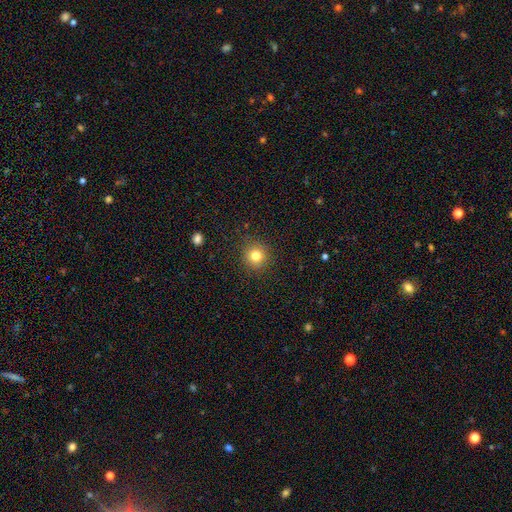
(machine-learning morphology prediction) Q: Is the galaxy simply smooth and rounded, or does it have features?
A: smooth — 80%.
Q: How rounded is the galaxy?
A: round — 93%.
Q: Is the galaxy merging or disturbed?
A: none — 89%.